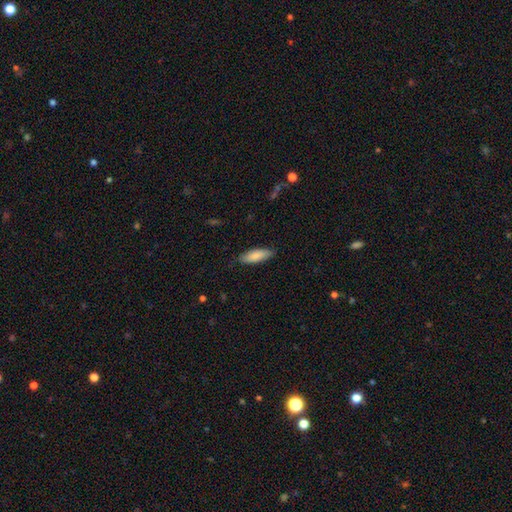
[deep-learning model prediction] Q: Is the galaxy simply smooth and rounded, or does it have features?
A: smooth — 85%.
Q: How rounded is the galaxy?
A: in between — 59%.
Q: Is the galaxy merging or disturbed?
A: none — 83%.